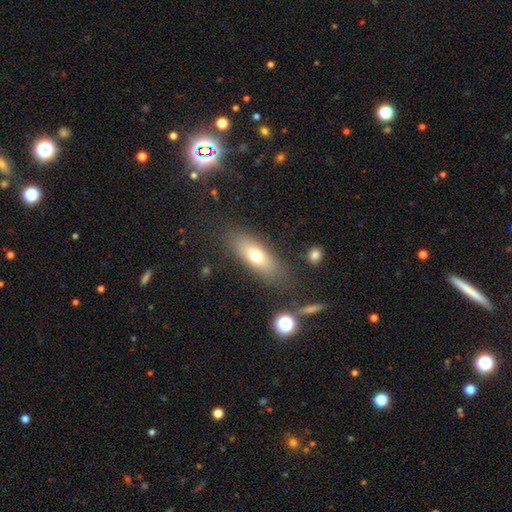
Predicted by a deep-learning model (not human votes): The model was most divided on "how rounded": in between: 64%, cigar-shaped: 31%, round: 5%. More confident: merging — none (77%); smooth or featured — smooth (68%).